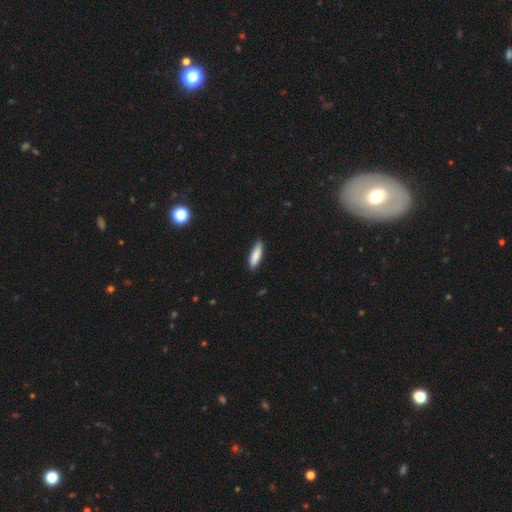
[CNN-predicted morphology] Smooth or featured: smooth — 85% (featured or disk — 9%)
How rounded: cigar-shaped — 65% (in between — 33%)
Merging: none — 86% (minor disturbance — 11%)